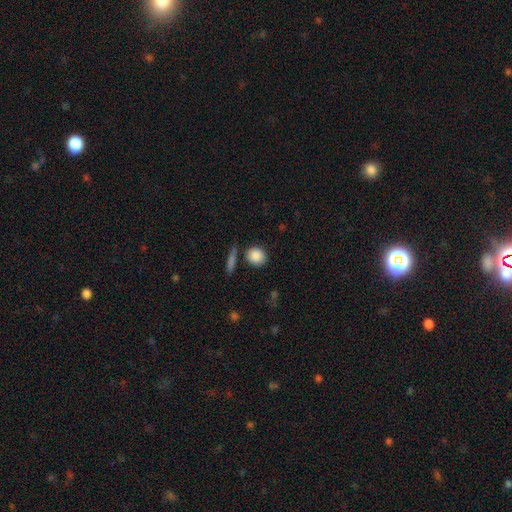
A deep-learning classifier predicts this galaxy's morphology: Smooth or featured: smooth — 88% (star or artifact — 7%)
How rounded: round — 76% (in between — 21%)
Merging: none — 79% (minor disturbance — 11%)